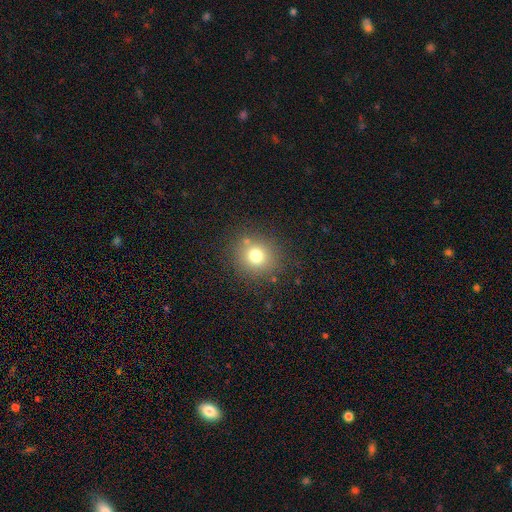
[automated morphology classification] Smooth or featured: smooth — 75% (star or artifact — 15%)
How rounded: round — 85% (in between — 14%)
Merging: none — 82% (minor disturbance — 10%)